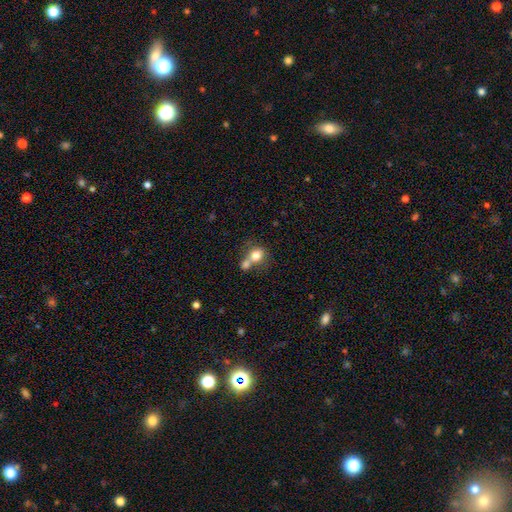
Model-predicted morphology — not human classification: smooth 78%, featured or disk 13%, star or artifact 9%. Down the decision tree: how rounded — round (58%); merging — merger (54%).